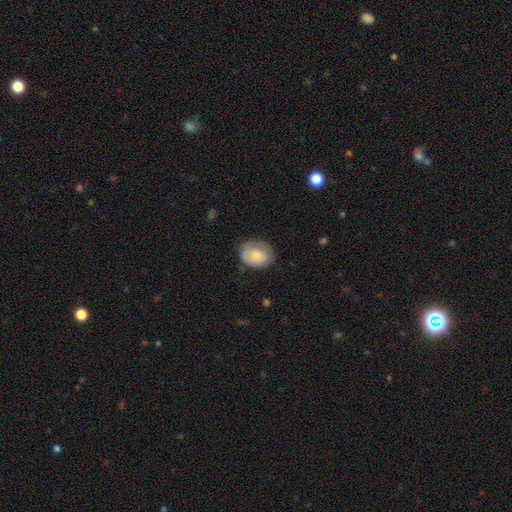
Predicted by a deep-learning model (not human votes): This appears to be a smooth galaxy with no disk features (75%) that is in between round and cigar-shaped (53%). Merging: none (64%).